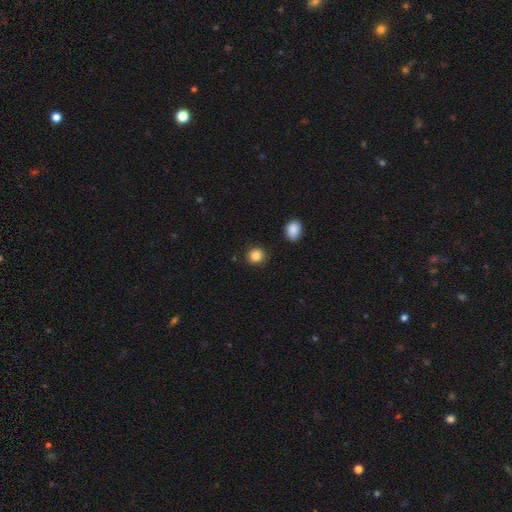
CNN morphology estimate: The model was most divided on "smooth or featured": smooth: 87%, star or artifact: 10%, featured or disk: 4%. More confident: merging — none (90%); how rounded — round (89%).